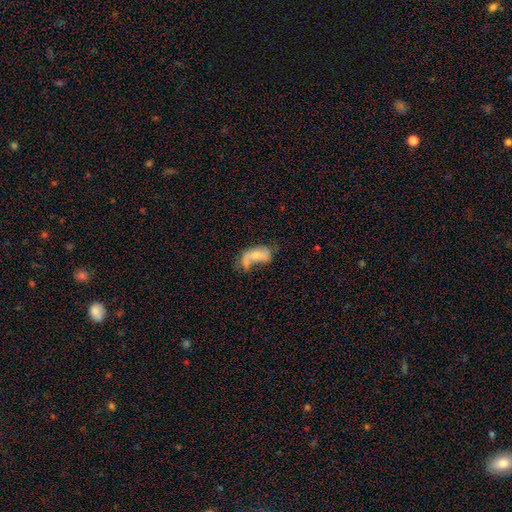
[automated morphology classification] This appears to be a smooth galaxy with no disk features (47%). Merging: major disturbance (32%).